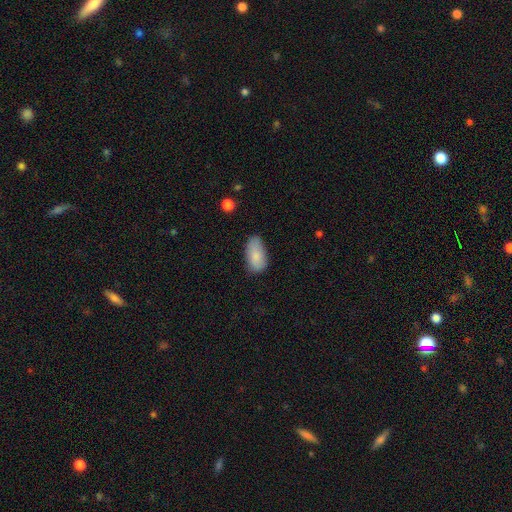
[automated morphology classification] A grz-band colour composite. It shows a smooth galaxy with no disk features (83%) that is in between round and cigar-shaped (94%). Merging: none (71%).